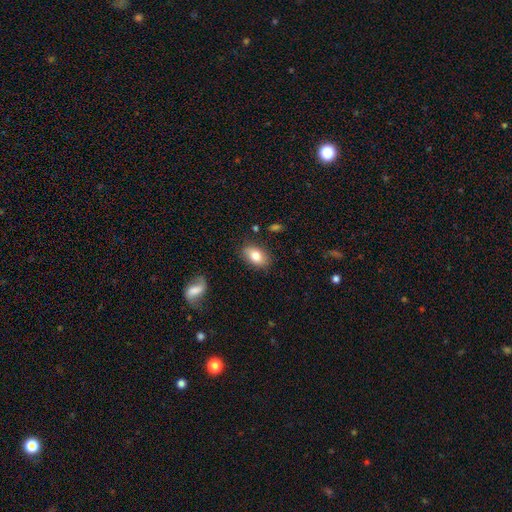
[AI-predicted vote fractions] Smooth or featured: smooth — 80% (featured or disk — 13%)
How rounded: in between — 88% (round — 10%)
Merging: none — 83% (minor disturbance — 12%)